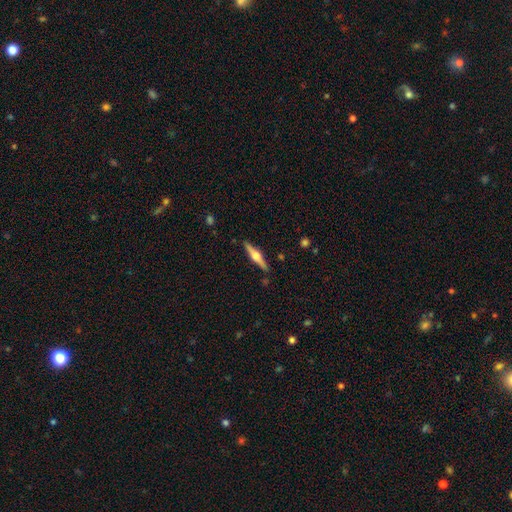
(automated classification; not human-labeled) This appears to be a featured or disk galaxy (73%) viewed edge-on (98%) with a rounded central bulge (93%). Merging: none (90%).